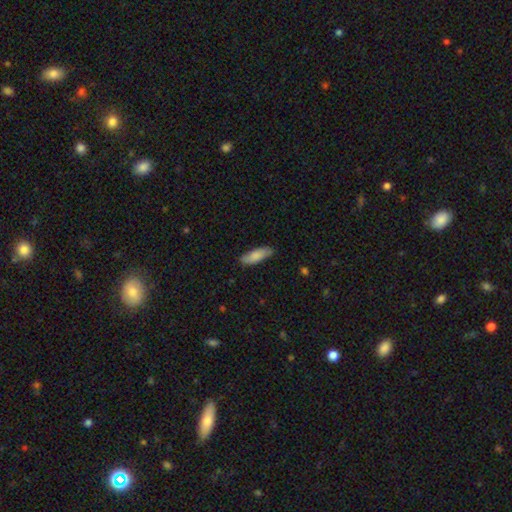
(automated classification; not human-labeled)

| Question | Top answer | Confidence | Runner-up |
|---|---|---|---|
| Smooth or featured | smooth | 83% | featured or disk (12%) |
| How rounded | in between | 58% | cigar-shaped (40%) |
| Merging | none | 81% | minor disturbance (15%) |